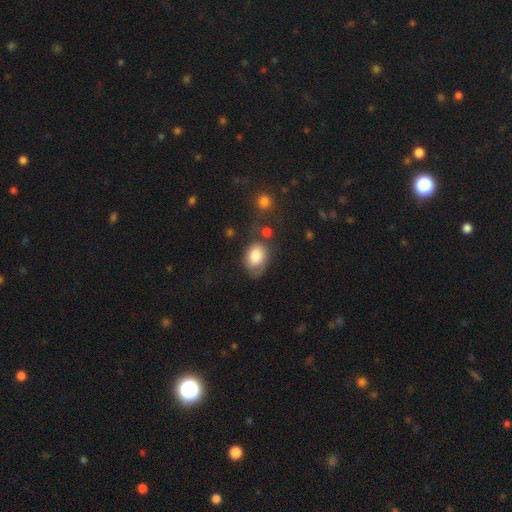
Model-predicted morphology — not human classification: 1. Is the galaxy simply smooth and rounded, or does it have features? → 81% smooth, 12% featured or disk, 7% star or artifact.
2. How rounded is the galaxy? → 74% in between, 25% round, 1% cigar-shaped.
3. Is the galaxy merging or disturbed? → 51% none, 28% minor disturbance, 12% major disturbance, 9% merger.